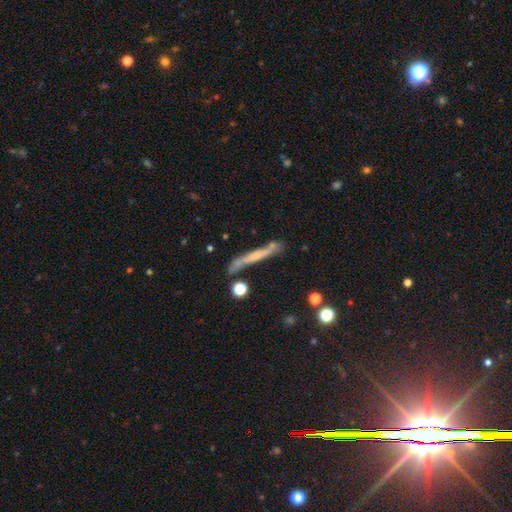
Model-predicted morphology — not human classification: Smooth or featured? Predicted: featured or disk (p=0.51). Edge-on disk? Predicted: yes (p=0.88). Merging? Predicted: none (p=0.71).